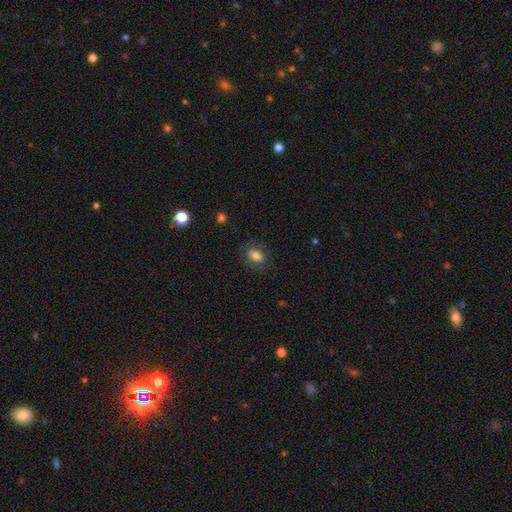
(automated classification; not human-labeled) Smooth or featured? Predicted: smooth (p=0.79). How rounded? Predicted: in between (p=0.82). Merging? Predicted: none (p=0.79).